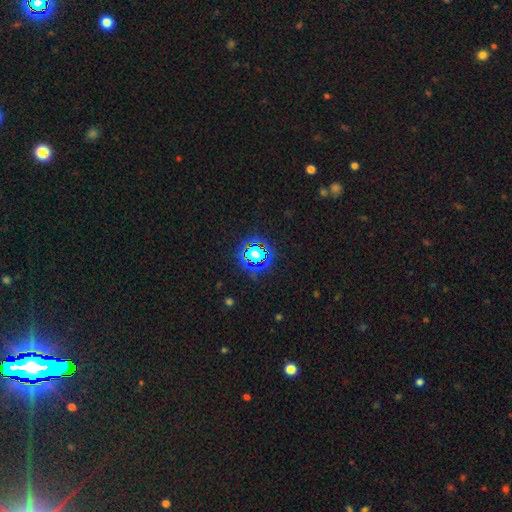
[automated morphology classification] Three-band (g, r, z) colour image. It shows a star or artifact, not a galaxy (80%).